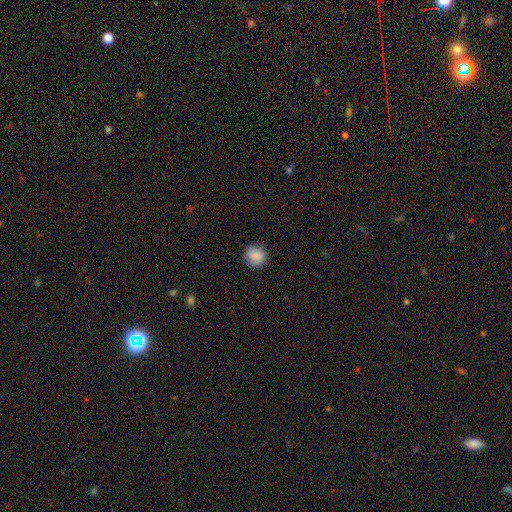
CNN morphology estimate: The model was most divided on "smooth or featured": smooth: 88%, star or artifact: 8%, featured or disk: 4%. More confident: how rounded — round (92%); merging — none (89%).